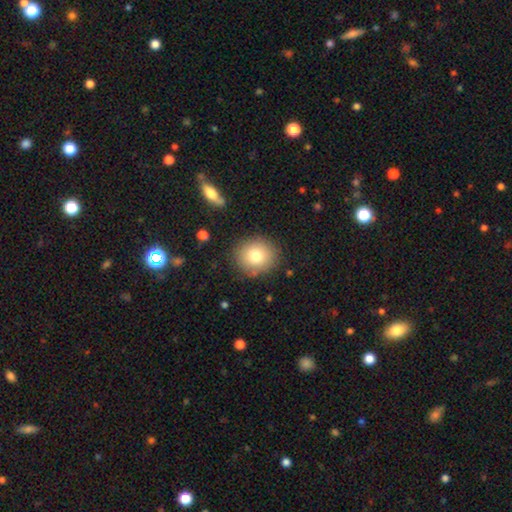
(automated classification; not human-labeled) This appears to be a smooth galaxy with no disk features (77%) that is round (85%). Merging: none (87%).